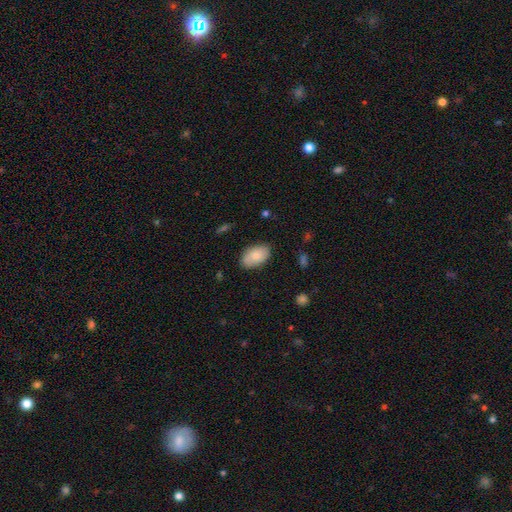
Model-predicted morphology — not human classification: A smooth galaxy with no disk features (79%) that is in between round and cigar-shaped (93%).

Vote fractions:
- Smooth or featured? smooth: 79% / featured or disk: 14% / star or artifact: 6%
- How rounded? in between: 93% / round: 5% / cigar-shaped: 1%
- Merging? none: 82% / minor disturbance: 14% / major disturbance: 3% / merger: 1%